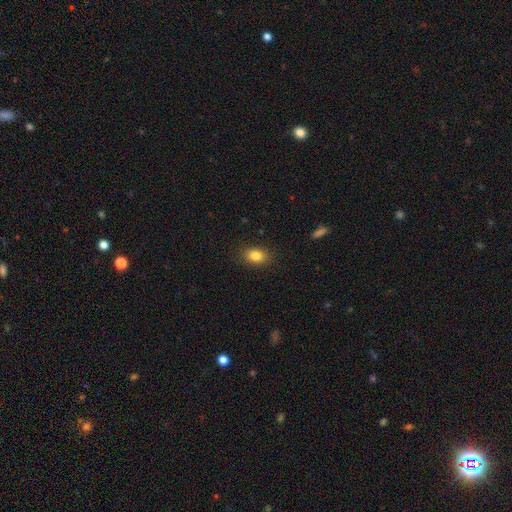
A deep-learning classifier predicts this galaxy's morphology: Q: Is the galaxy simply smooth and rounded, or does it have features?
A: smooth — 85%.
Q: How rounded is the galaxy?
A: in between — 80%.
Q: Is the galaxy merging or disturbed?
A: none — 87%.